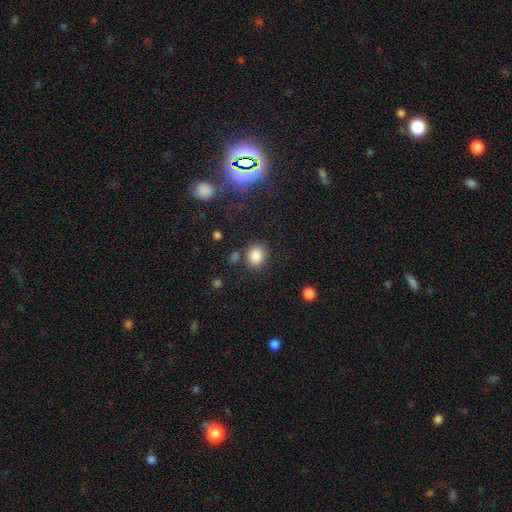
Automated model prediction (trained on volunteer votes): smooth_or_featured: smooth (p=0.86) [alt: star or artifact p=0.10]
how_rounded: round (p=0.55) [alt: in between p=0.44]
merging: none (p=0.79) [alt: minor disturbance p=0.12]